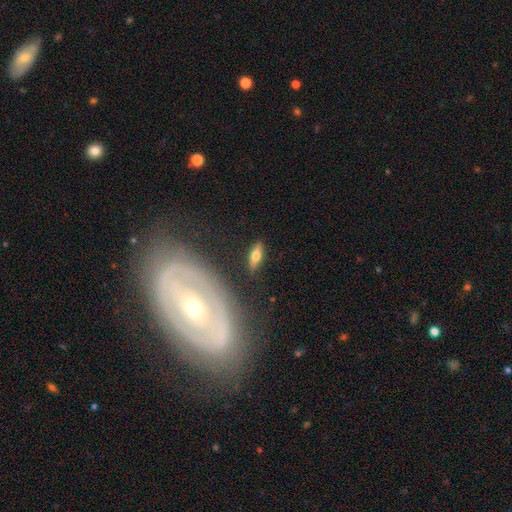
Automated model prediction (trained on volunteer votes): smooth_or_featured: smooth (p=0.61) [alt: featured or disk p=0.31]
how_rounded: in between (p=0.65) [alt: cigar-shaped p=0.32]
merging: none (p=0.85) [alt: minor disturbance p=0.10]